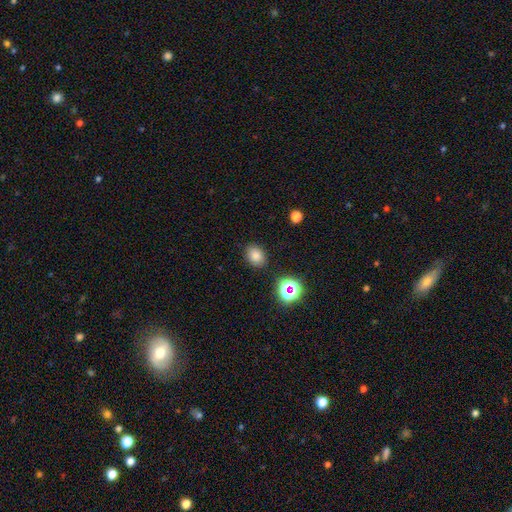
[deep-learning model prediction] Smooth or featured?
  - smooth: 79% *
  - star or artifact: 15%
  - featured or disk: 6%
How rounded?
  - in between: 61% *
  - round: 38%
  - cigar-shaped: 1%
Merging?
  - none: 85% *
  - minor disturbance: 10%
  - major disturbance: 3%
  - merger: 2%